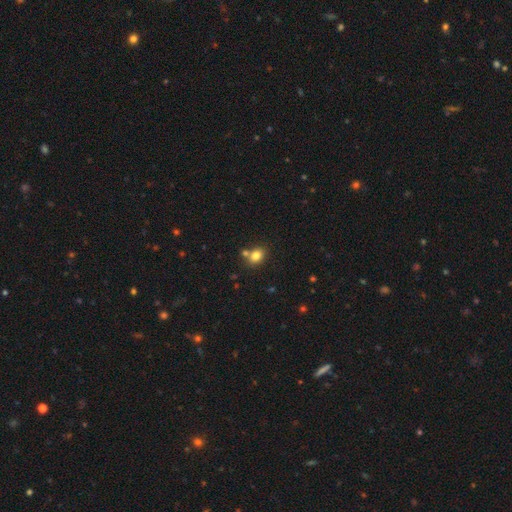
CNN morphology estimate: Q: Smooth or featured?
A: smooth (81%); runner-up: star or artifact (11%)
Q: How rounded?
A: in between (55%); runner-up: round (44%)
Q: Merging?
A: none (64%); runner-up: merger (21%)